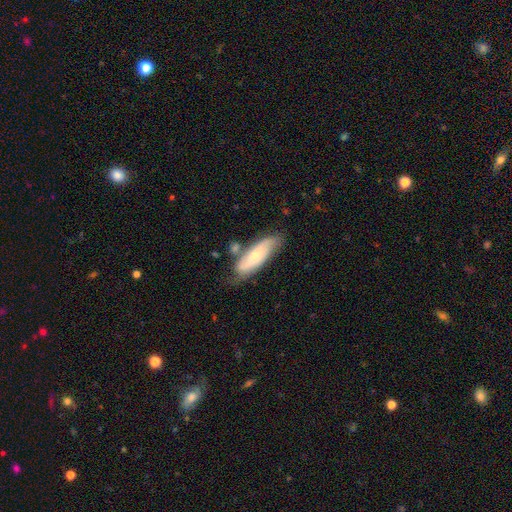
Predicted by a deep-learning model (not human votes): Q: Smooth or featured?
A: smooth (49%); runner-up: featured or disk (45%)
Q: Merging?
A: none (59%); runner-up: minor disturbance (24%)